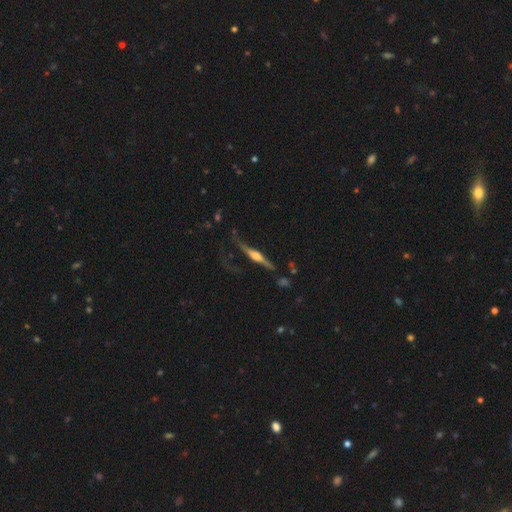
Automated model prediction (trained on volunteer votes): Overall: featured or disk (76%). Edge-on disk: yes (95%). Edge-on bulge: rounded (82%). Merging: none (59%; minor disturbance 23%).